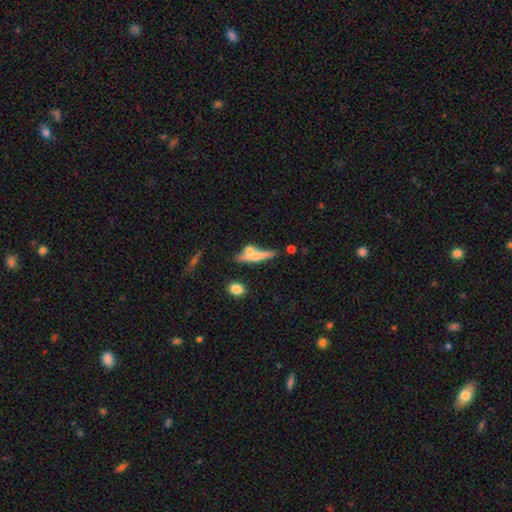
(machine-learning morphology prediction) Smooth or featured: smooth — 54% (featured or disk — 37%)
How rounded: cigar-shaped — 77% (in between — 19%)
Merging: none — 47% (merger — 29%)